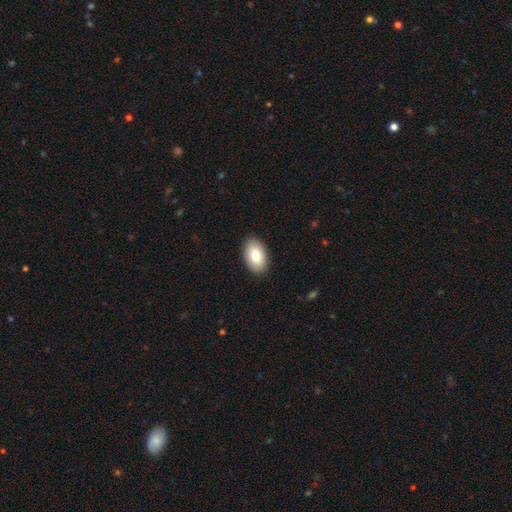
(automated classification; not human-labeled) Smooth or featured? Predicted: smooth (p=0.82). How rounded? Predicted: in between (p=0.93). Merging? Predicted: none (p=0.89).